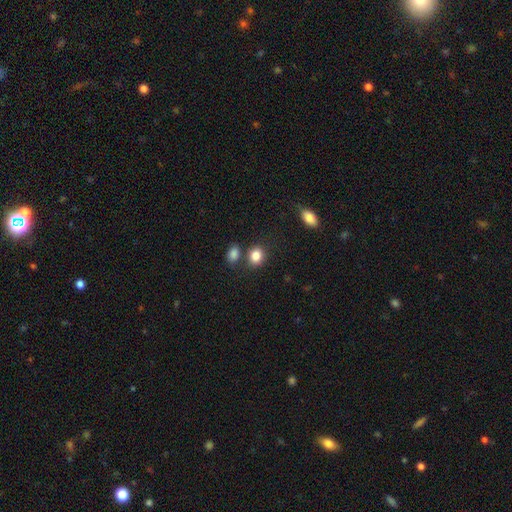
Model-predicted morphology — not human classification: A smooth galaxy with no disk features (85%) that is round (55%).

Vote fractions:
- Smooth or featured? smooth: 85% / star or artifact: 10% / featured or disk: 5%
- How rounded? round: 55% / in between: 44% / cigar-shaped: 1%
- Merging? none: 69% / merger: 15% / minor disturbance: 11% / major disturbance: 4%